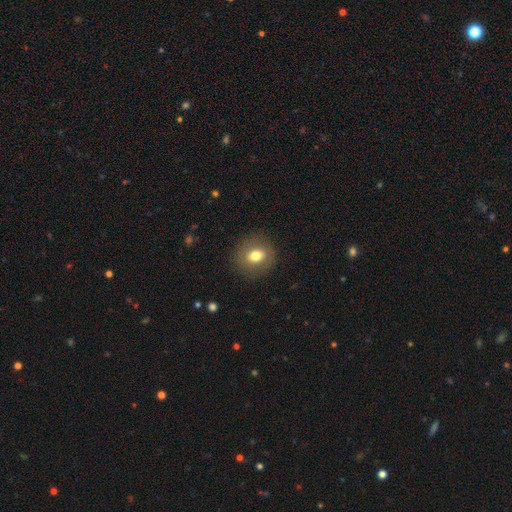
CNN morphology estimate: The model was most divided on "how rounded": round: 76%, in between: 23%, cigar-shaped: 1%. More confident: merging — none (87%); smooth or featured — smooth (73%).